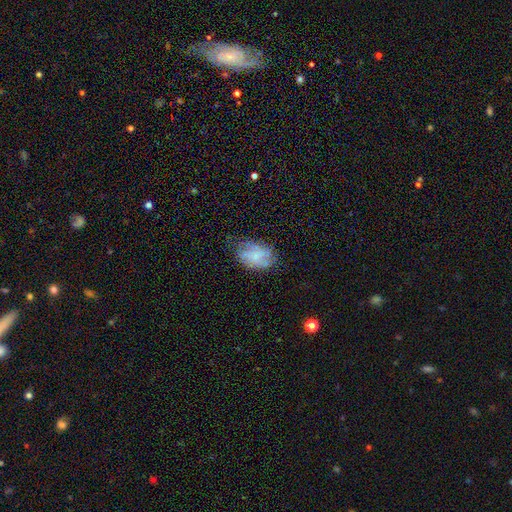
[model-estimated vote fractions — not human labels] A smooth galaxy with no disk features (51%) that is in between round and cigar-shaped (84%). Merging: none (54%).